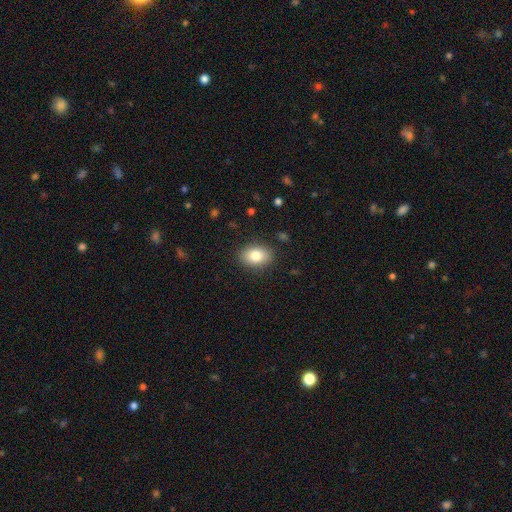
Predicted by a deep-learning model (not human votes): This is clearly a smooth galaxy (83%). How rounded: clearly in between (81%). Merging: clearly none (87%).